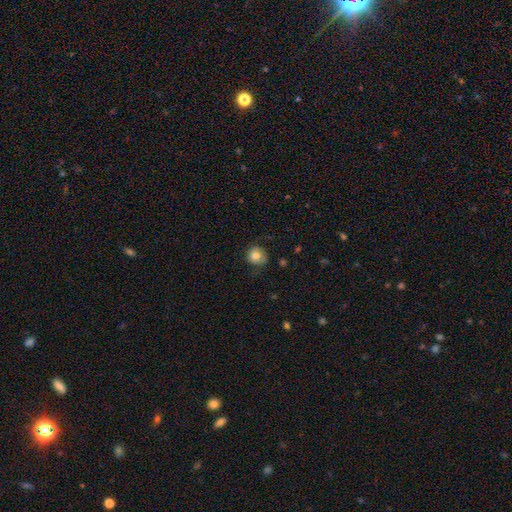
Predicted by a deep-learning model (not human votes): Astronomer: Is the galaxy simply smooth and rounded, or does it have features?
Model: smooth — 79%.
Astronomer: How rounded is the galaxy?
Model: round — 80%.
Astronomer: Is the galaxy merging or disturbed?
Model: none — 72%.